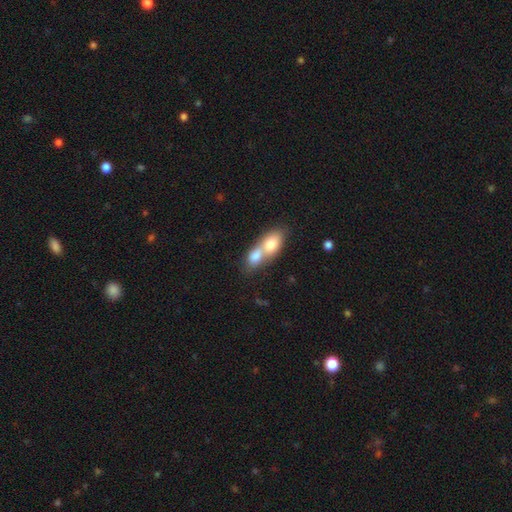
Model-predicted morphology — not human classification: Smooth or featured? smooth (75%)
How rounded? in between (76%)
Merging? merger (79%)